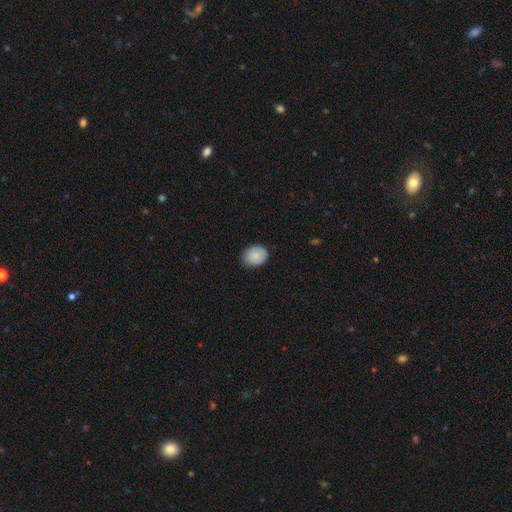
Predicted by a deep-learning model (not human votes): This is clearly a smooth galaxy (86%). How rounded: likely in between (61%). Merging: likely none (79%).